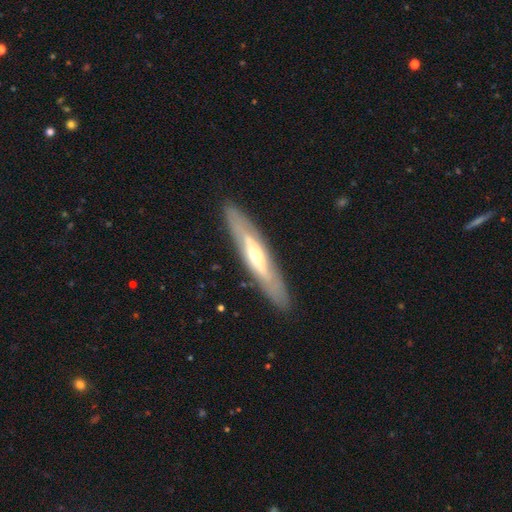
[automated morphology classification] Q: Smooth or featured?
A: featured or disk (66%); runner-up: smooth (28%)
Q: Edge-on disk?
A: yes (58%); runner-up: no (42%)
Q: Merging?
A: none (87%); runner-up: minor disturbance (9%)